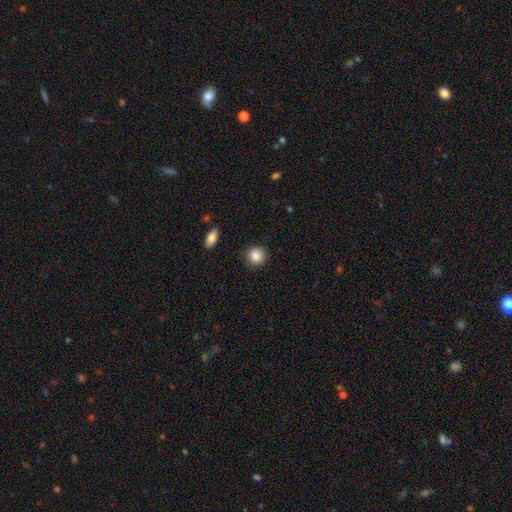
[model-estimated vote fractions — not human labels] Overall: smooth (88%). How rounded: round (86%). Merging: none (87%).